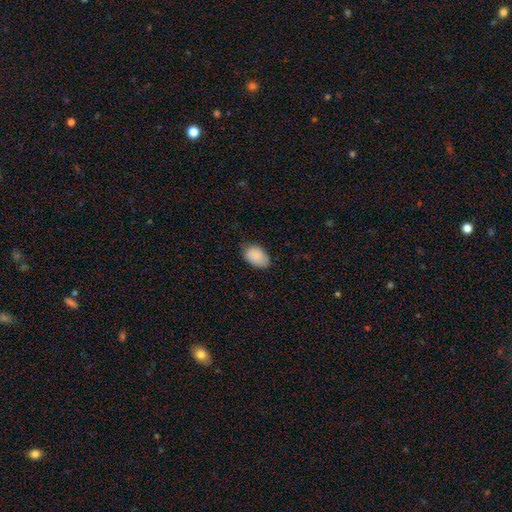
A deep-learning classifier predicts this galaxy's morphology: Smooth or featured?
  - smooth: 89% *
  - star or artifact: 6%
  - featured or disk: 4%
How rounded?
  - in between: 91% *
  - round: 7%
  - cigar-shaped: 1%
Merging?
  - none: 75% *
  - minor disturbance: 21%
  - major disturbance: 3%
  - merger: 1%